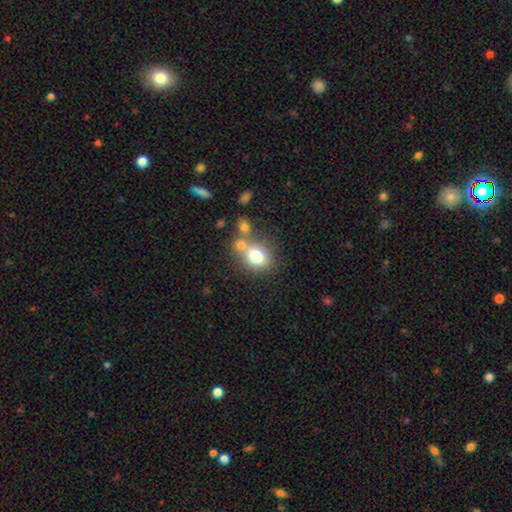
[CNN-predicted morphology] This appears to be a smooth galaxy with no disk features (74%) that is round (51%). Merging: none (49%).